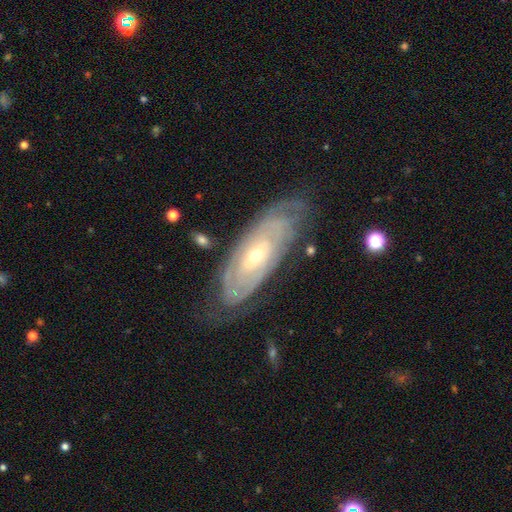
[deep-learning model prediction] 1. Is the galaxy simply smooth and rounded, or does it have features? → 81% featured or disk, 13% smooth, 6% star or artifact.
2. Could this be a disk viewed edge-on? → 88% no, 12% yes.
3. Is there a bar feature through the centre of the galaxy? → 75% no, 18% weak, 7% strong.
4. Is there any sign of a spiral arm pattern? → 82% yes, 18% no.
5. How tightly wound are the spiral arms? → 80% tight, 15% medium, 5% loose.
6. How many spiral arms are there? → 61% can't tell, 17% 2, 7% 3, 6% 4, 5% more than 4, 4% 1.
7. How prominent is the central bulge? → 57% small, 39% moderate, 2% large, 1% dominant, 1% none.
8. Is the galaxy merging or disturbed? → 70% none, 19% minor disturbance, 8% major disturbance, 2% merger.